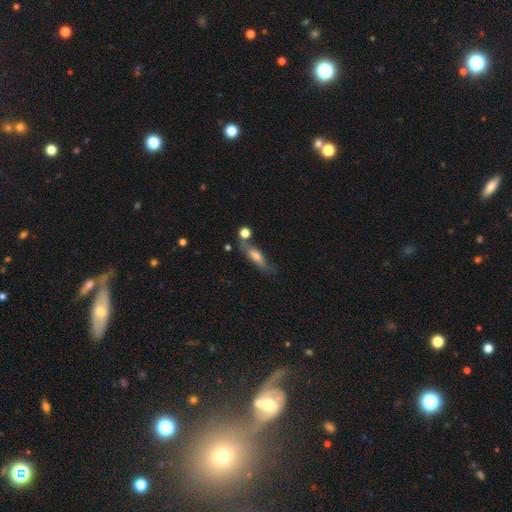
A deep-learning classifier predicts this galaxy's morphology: This is possibly a smooth galaxy (51%). How rounded: likely cigar-shaped (63%). Merging: likely none (60%).